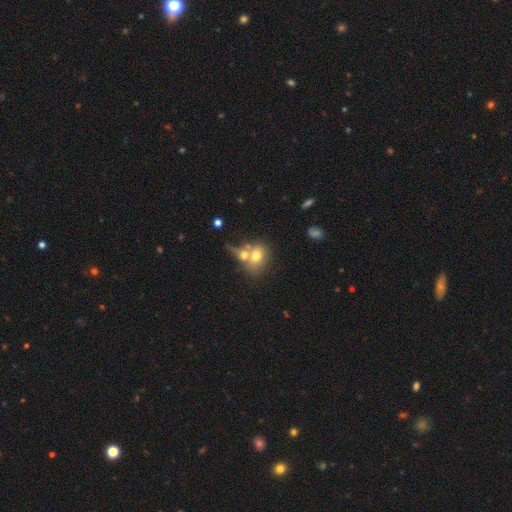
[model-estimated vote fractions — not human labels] Smooth or featured?
  - smooth: 69% *
  - featured or disk: 21%
  - star or artifact: 10%
How rounded?
  - in between: 52% *
  - round: 46%
  - cigar-shaped: 1%
Merging?
  - merger: 60% *
  - none: 25%
  - minor disturbance: 9%
  - major disturbance: 6%